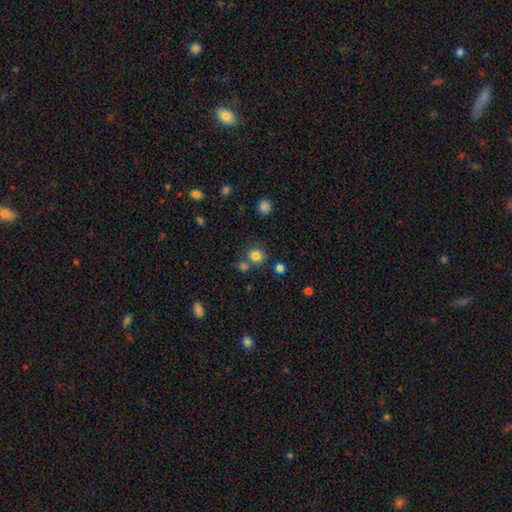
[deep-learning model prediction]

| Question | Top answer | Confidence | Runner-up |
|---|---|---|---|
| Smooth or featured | smooth | 81% | star or artifact (13%) |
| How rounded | round | 87% | in between (12%) |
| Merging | none | 71% | merger (17%) |